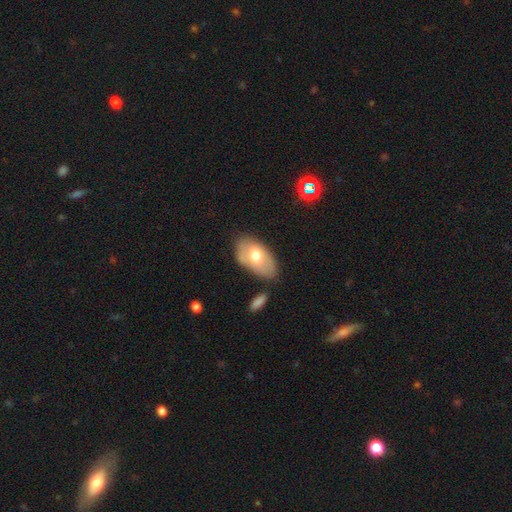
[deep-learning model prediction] smooth_or_featured: smooth (p=0.61) [alt: featured or disk p=0.33]
how_rounded: in between (p=0.93) [alt: round p=0.05]
merging: none (p=0.66) [alt: minor disturbance p=0.21]